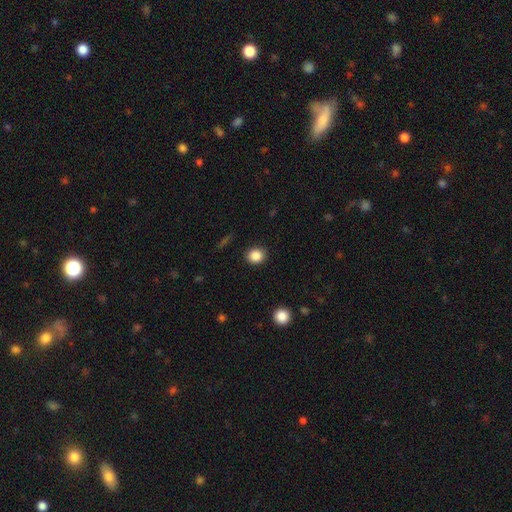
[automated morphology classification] Overall: smooth (86%). How rounded: round (74%). Merging: none (90%).